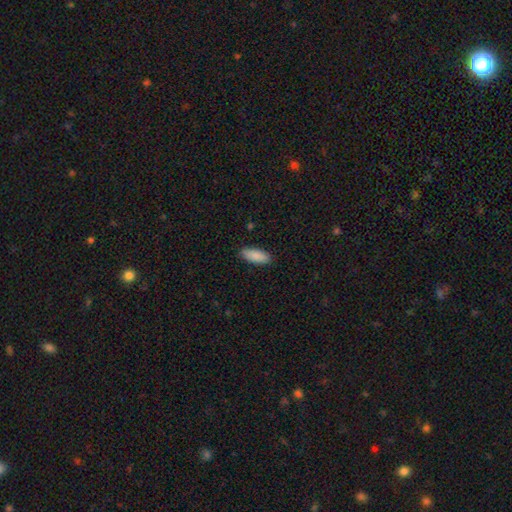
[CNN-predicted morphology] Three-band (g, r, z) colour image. It shows a smooth galaxy with no disk features (89%) that is in between round and cigar-shaped (78%). Merging: none (89%).